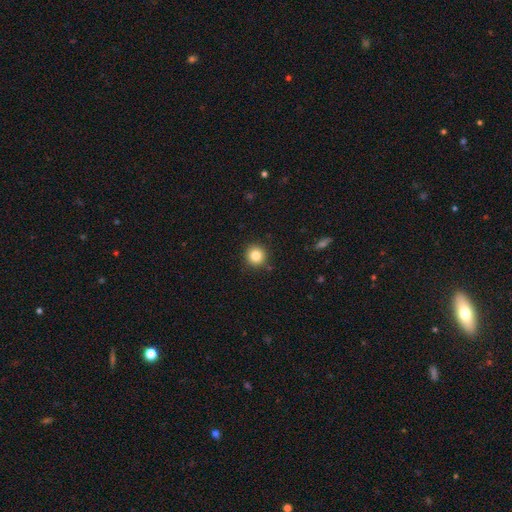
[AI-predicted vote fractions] smooth 83%, star or artifact 10%, featured or disk 6%. Down the decision tree: how rounded — round (93%); merging — none (90%).